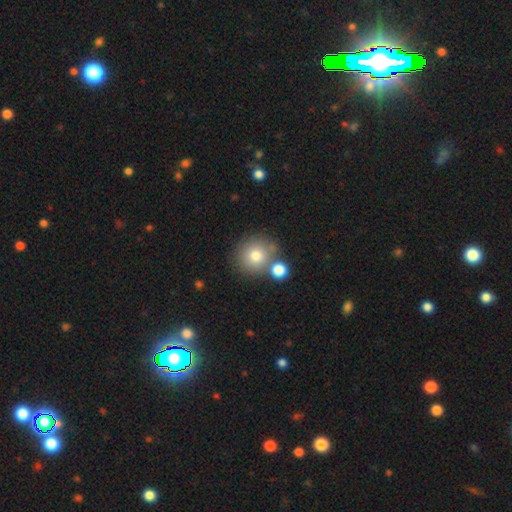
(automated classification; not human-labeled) Smooth or featured? smooth (77%)
How rounded? round (88%)
Merging? none (66%)